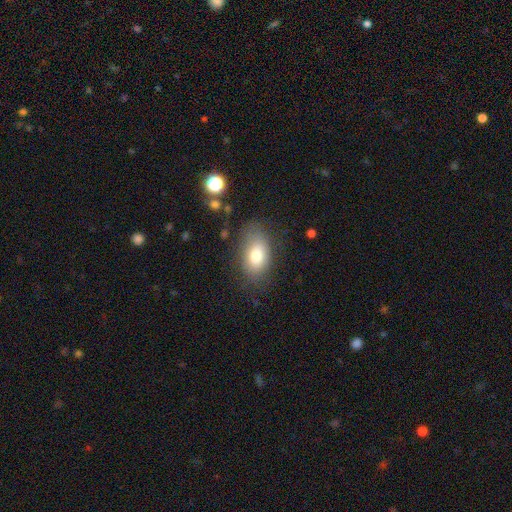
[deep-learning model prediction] The model was most divided on "merging": none: 71%, minor disturbance: 19%, major disturbance: 8%, merger: 2%. More confident: how rounded — in between (89%); smooth or featured — smooth (77%).